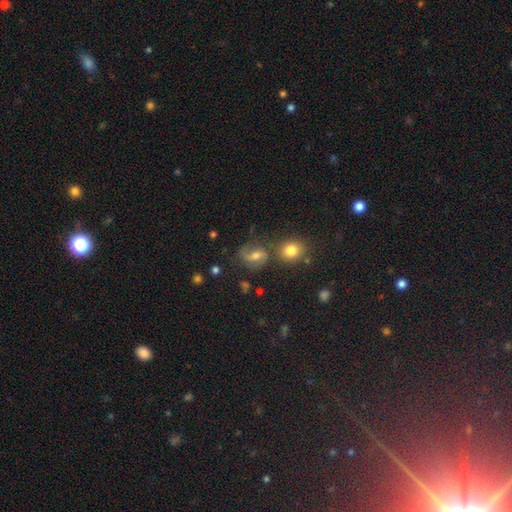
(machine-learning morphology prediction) The model was most divided on "smooth or featured": featured or disk: 48%, smooth: 37%, star or artifact: 15%. More confident: merging — none (58%).